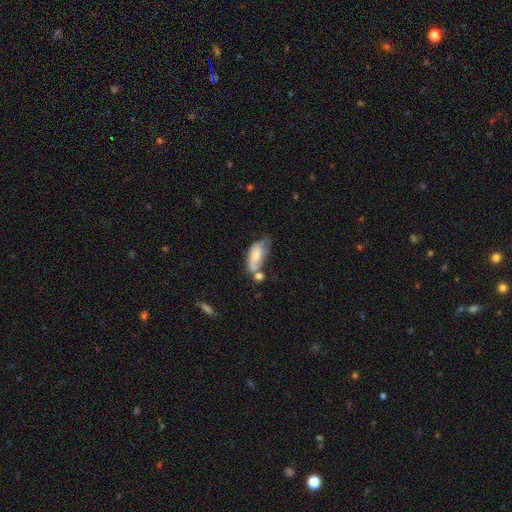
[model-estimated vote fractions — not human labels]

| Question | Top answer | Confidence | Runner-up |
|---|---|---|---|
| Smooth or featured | smooth | 60% | featured or disk (33%) |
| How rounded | in between | 85% | cigar-shaped (12%) |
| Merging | merger | 30% | none (28%) |